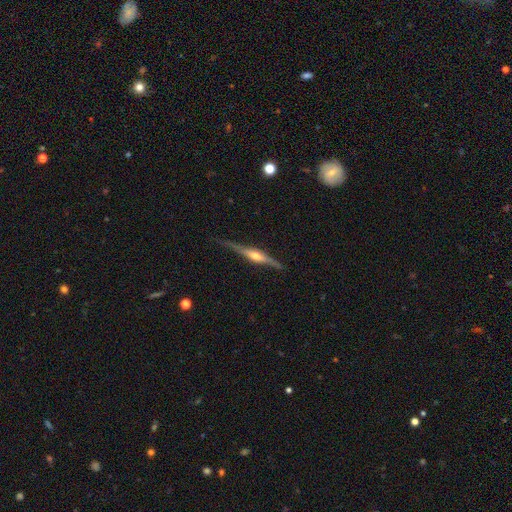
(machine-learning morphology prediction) A featured or disk galaxy (78%) viewed edge-on (97%) with a rounded central bulge (85%).

Vote fractions:
- Smooth or featured? featured or disk: 78% / smooth: 17% / star or artifact: 5%
- Edge-on disk? yes: 97% / no: 3%
- Edge-on bulge? rounded: 85% / boxy: 11% / none: 5%
- Merging? none: 78% / minor disturbance: 17% / major disturbance: 4% / merger: 2%